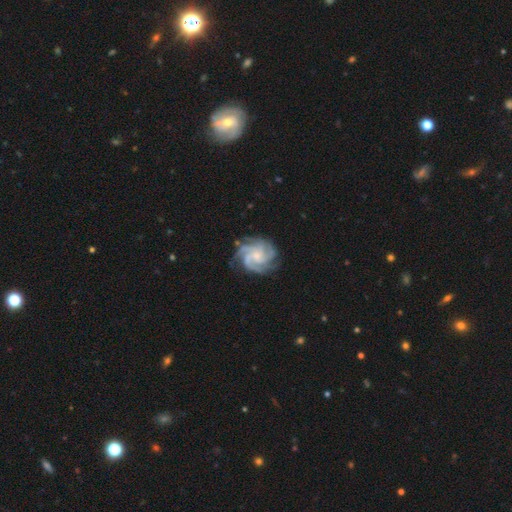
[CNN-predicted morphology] featured or disk 90%, star or artifact 5%, smooth 5%. Down the decision tree: edge-on disk — no (98%); bar — no (69%); spiral arms — yes (99%); spiral arm count — 4 (43%); spiral winding — tight (57%); bulge size — small (62%); merging — none (78%).